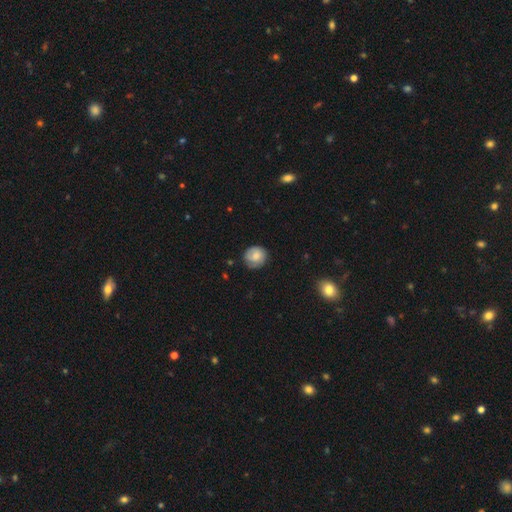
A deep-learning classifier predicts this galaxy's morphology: smooth_or_featured: smooth (p=0.65) [alt: featured or disk p=0.28]
how_rounded: round (p=0.85) [alt: in between p=0.14]
merging: none (p=0.71) [alt: minor disturbance p=0.22]